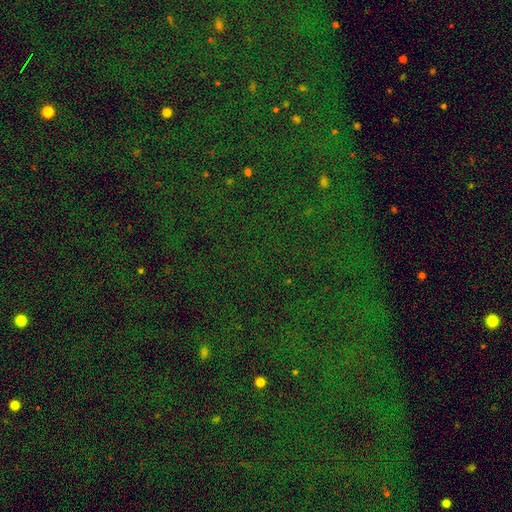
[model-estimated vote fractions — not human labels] star or artifact 80%, smooth 12%, featured or disk 8%.